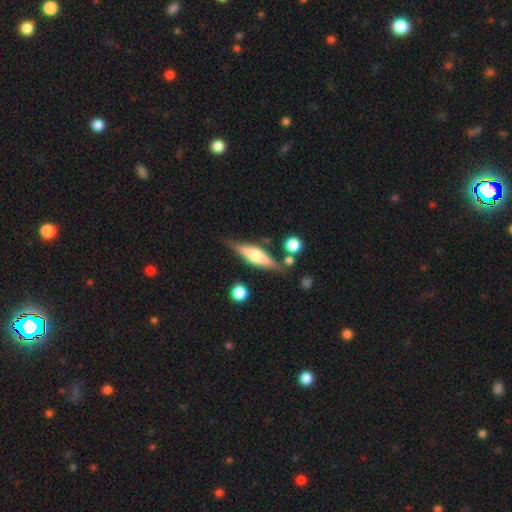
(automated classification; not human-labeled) A featured or disk galaxy (59%) viewed edge-on (93%) with a rounded central bulge (79%). Merging: none (77%).